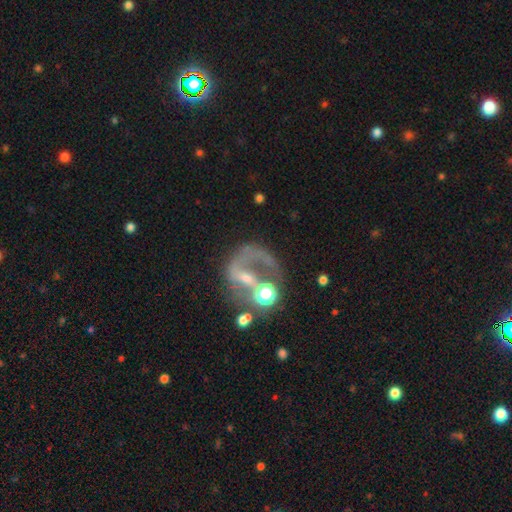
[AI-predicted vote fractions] This appears to be a featured or disk galaxy (68%) with no bar (49%), spiral arms (66%) and a small central bulge (44%). Merging: none (33%).